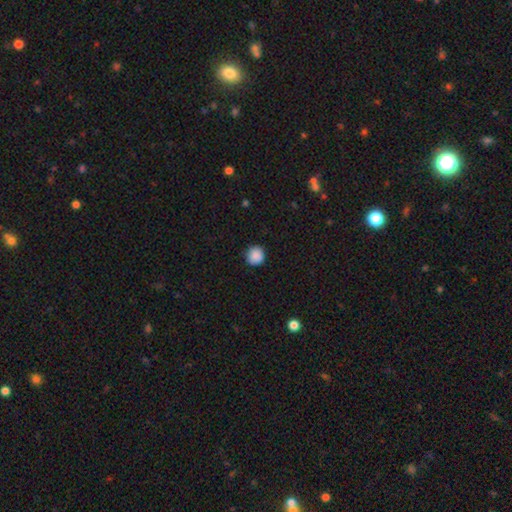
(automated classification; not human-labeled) Smooth or featured? Predicted: smooth (p=0.89). How rounded? Predicted: round (p=0.91). Merging? Predicted: none (p=0.87).